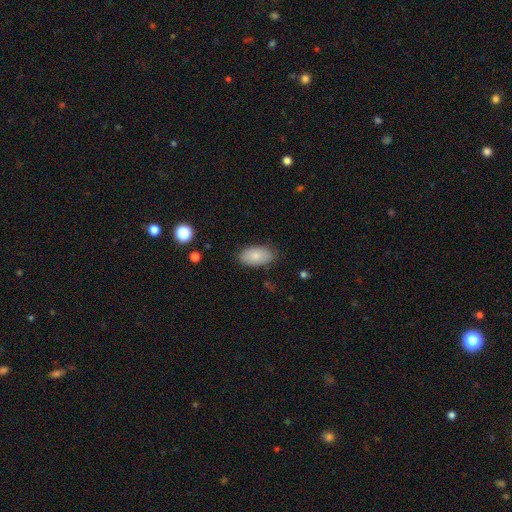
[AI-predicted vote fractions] A smooth galaxy with no disk features (83%) that is in between round and cigar-shaped (94%). Merging: none (83%).